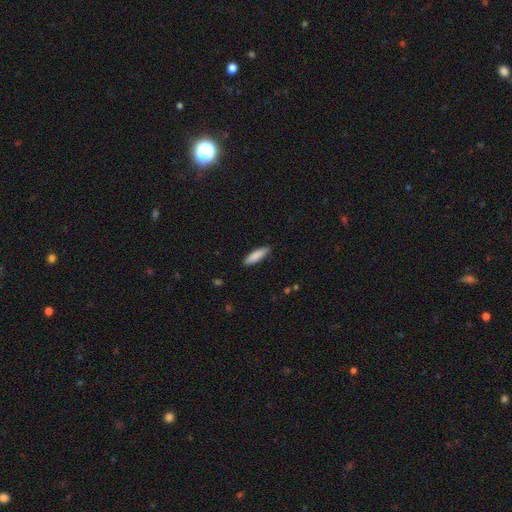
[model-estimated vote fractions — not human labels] The model was most divided on "how rounded": cigar-shaped: 60%, in between: 39%, round: 1%. More confident: merging — none (87%); smooth or featured — smooth (87%).